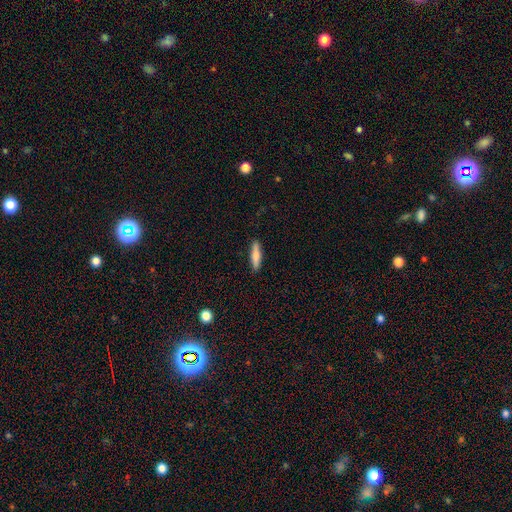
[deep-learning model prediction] smooth_or_featured: smooth (p=0.78) [alt: featured or disk p=0.16]
how_rounded: cigar-shaped (p=0.77) [alt: in between p=0.21]
merging: none (p=0.90) [alt: minor disturbance p=0.07]